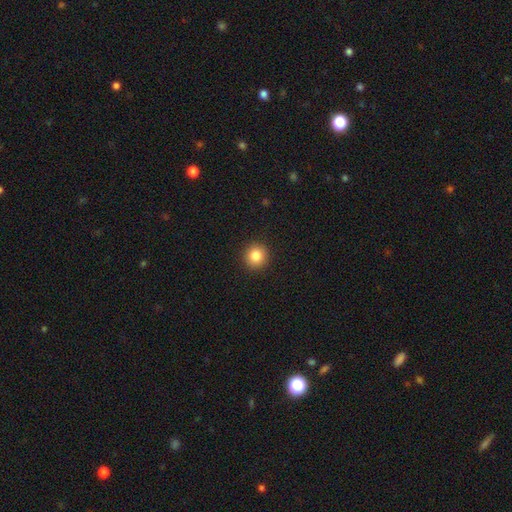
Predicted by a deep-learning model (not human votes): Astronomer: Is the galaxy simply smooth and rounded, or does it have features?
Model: smooth — 85%.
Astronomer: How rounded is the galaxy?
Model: round — 92%.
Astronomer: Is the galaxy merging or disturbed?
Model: none — 92%.